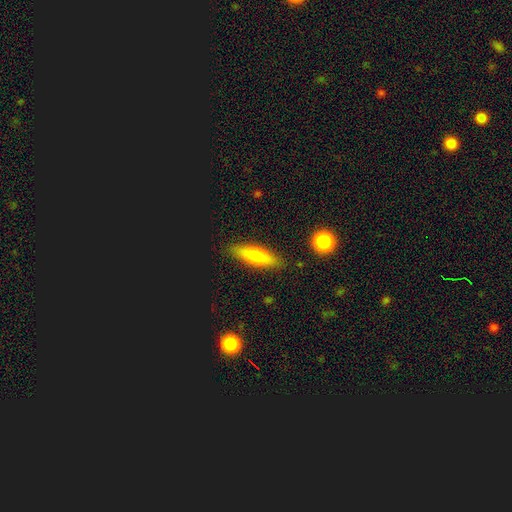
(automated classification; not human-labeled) smooth_or_featured: smooth (p=0.67) [alt: featured or disk p=0.26]
how_rounded: cigar-shaped (p=0.63) [alt: in between p=0.35]
merging: none (p=0.87) [alt: minor disturbance p=0.09]